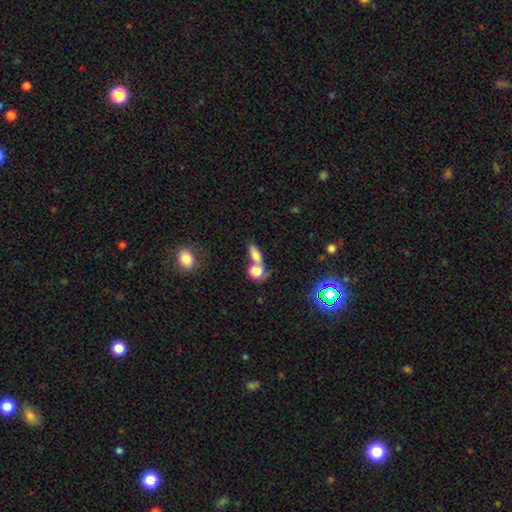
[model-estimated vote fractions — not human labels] Smooth or featured? Predicted: smooth (p=0.76). How rounded? Predicted: in between (p=0.60). Merging? Predicted: merger (p=0.42).